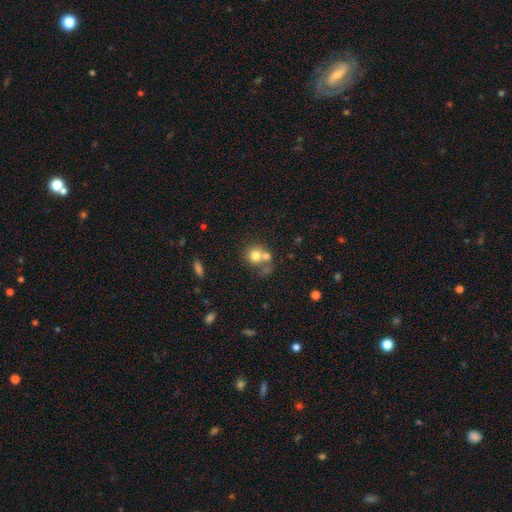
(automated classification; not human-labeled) smooth 73%, featured or disk 16%, star or artifact 11%. Down the decision tree: how rounded — round (82%); merging — merger (49%).